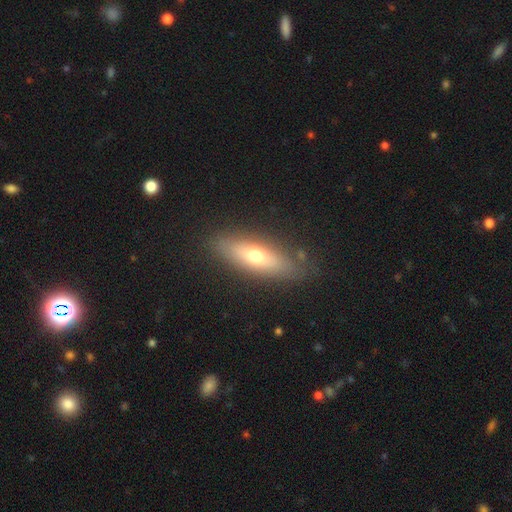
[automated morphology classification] Smooth or featured?
  - smooth: 58% *
  - featured or disk: 34%
  - star or artifact: 7%
How rounded?
  - in between: 50% *
  - cigar-shaped: 47%
  - round: 3%
Merging?
  - none: 82% *
  - minor disturbance: 13%
  - major disturbance: 4%
  - merger: 2%